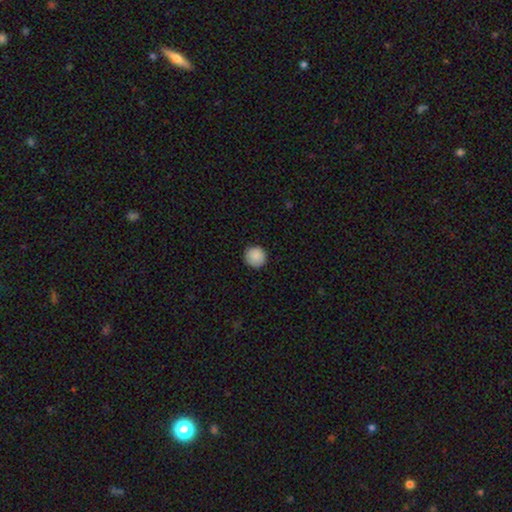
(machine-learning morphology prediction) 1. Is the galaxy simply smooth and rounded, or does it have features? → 89% smooth, 8% star or artifact, 4% featured or disk.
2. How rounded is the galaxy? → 95% round, 4% in between, 1% cigar-shaped.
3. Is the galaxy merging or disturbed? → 91% none, 7% minor disturbance, 2% major disturbance, 1% merger.